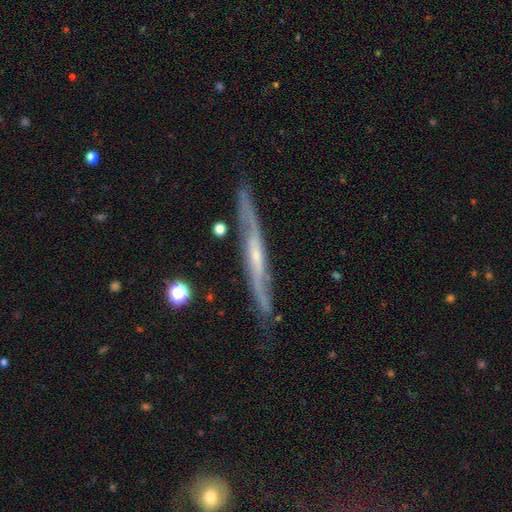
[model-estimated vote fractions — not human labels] This appears to be a featured or disk galaxy (76%) viewed edge-on (85%) with no central bulge (56%). Merging: none (79%).